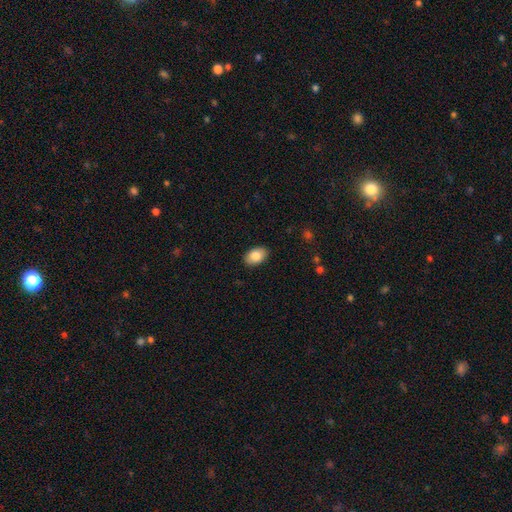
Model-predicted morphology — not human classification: smooth_or_featured: smooth (p=0.85) [alt: featured or disk p=0.08]
how_rounded: in between (p=0.90) [alt: round p=0.09]
merging: none (p=0.89) [alt: minor disturbance p=0.08]